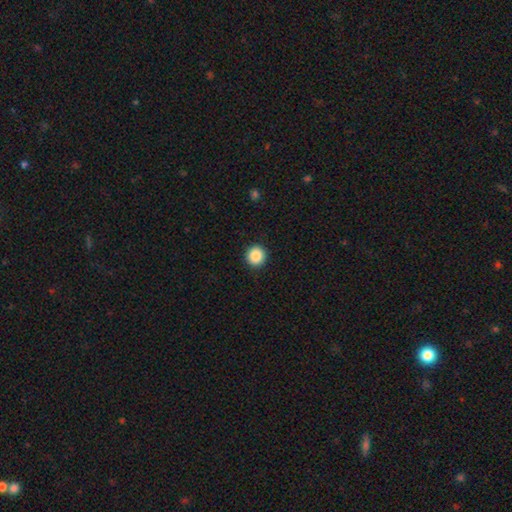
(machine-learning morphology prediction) Smooth or featured? Predicted: smooth (p=0.88). How rounded? Predicted: round (p=0.94). Merging? Predicted: none (p=0.93).